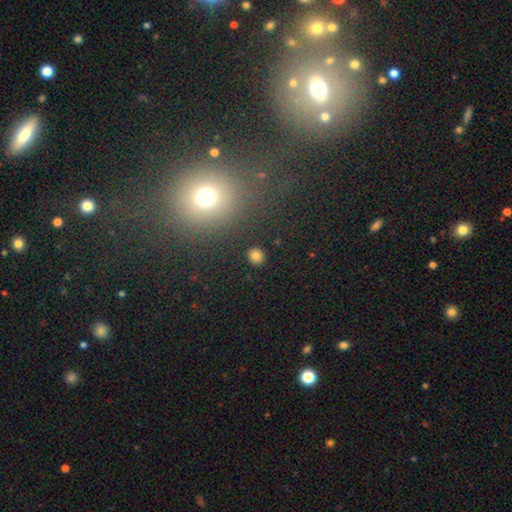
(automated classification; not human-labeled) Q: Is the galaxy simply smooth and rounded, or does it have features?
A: smooth — 81%.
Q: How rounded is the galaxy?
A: round — 84%.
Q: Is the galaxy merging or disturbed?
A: none — 90%.